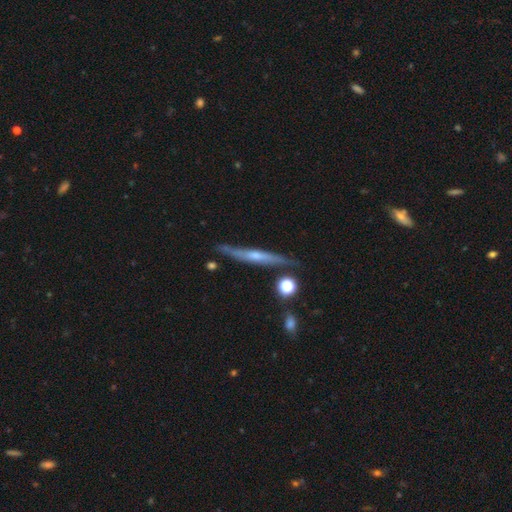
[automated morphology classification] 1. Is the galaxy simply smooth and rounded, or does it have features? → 70% featured or disk, 23% smooth, 7% star or artifact.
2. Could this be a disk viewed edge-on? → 94% yes, 6% no.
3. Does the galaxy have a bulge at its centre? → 58% rounded, 35% none, 8% boxy.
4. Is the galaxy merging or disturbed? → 81% none, 13% minor disturbance, 3% merger, 3% major disturbance.